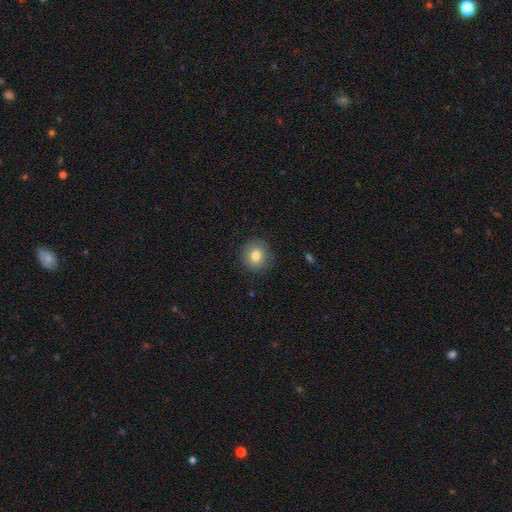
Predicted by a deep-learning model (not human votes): Morphology: type=smooth (80%); roundness=round (88%); merging=none (87%).